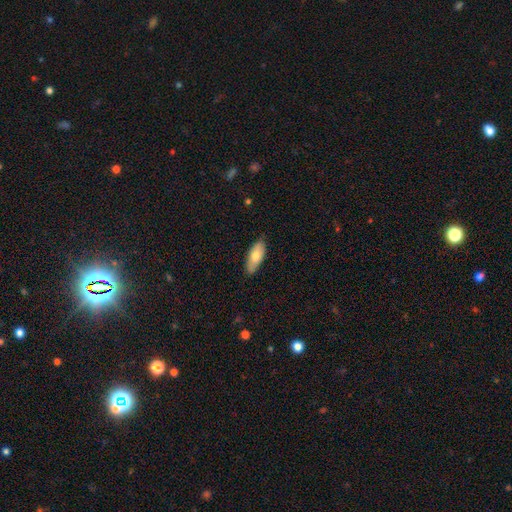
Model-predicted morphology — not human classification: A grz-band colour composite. It shows a smooth galaxy with no disk features (71%) that is in between round and cigar-shaped (79%). Merging: none (83%).